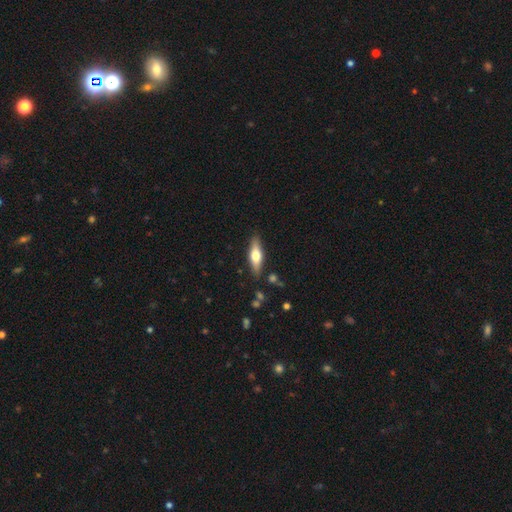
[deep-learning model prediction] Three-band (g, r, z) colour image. It shows a smooth galaxy with no disk features (50%) that is cigar-shaped (54%). Merging: none (85%).